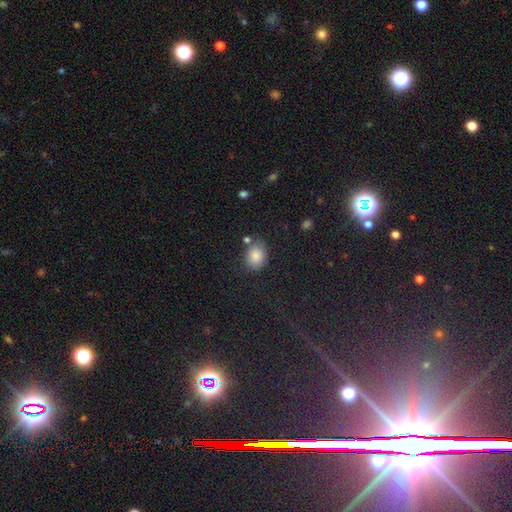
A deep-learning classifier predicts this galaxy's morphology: Q: Smooth or featured?
A: smooth (83%); runner-up: star or artifact (10%)
Q: How rounded?
A: round (50%); runner-up: in between (49%)
Q: Merging?
A: none (75%); runner-up: minor disturbance (14%)